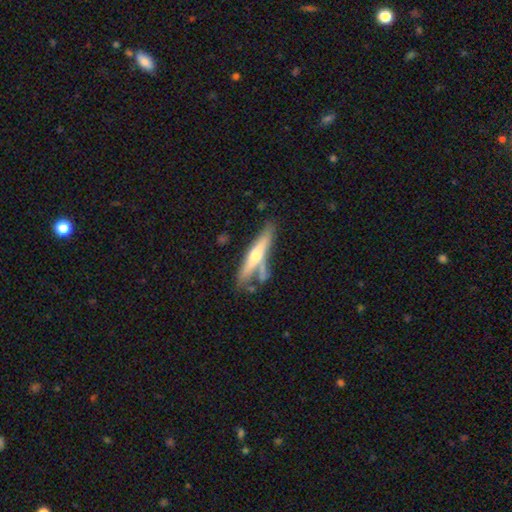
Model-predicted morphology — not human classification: A featured or disk galaxy (58%) viewed edge-on (92%) with a rounded central bulge (87%). Merging: none (56%).